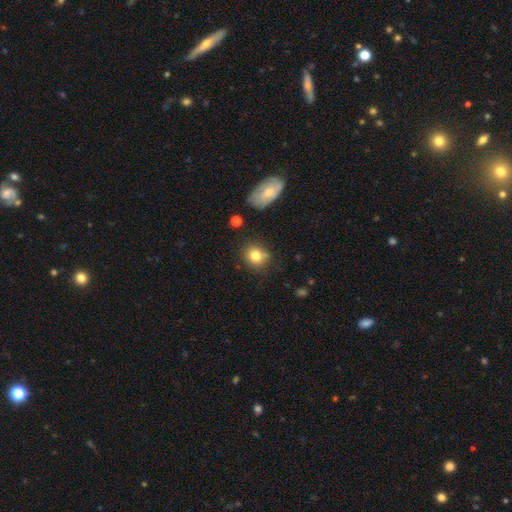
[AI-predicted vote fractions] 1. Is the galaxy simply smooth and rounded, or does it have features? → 80% smooth, 11% star or artifact, 9% featured or disk.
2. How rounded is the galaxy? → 73% round, 26% in between, 1% cigar-shaped.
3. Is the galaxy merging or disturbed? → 75% none, 16% minor disturbance, 5% merger, 4% major disturbance.